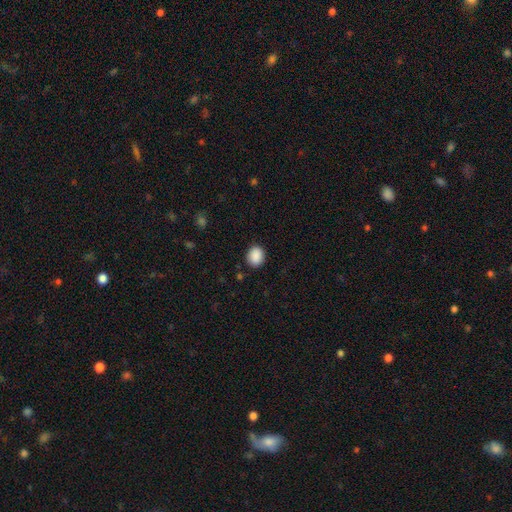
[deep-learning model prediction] A smooth galaxy with no disk features (90%) that is round (55%).

Vote fractions:
- Smooth or featured? smooth: 90% / star or artifact: 8% / featured or disk: 3%
- How rounded? round: 55% / in between: 44% / cigar-shaped: 1%
- Merging? none: 88% / minor disturbance: 8% / major disturbance: 2% / merger: 1%